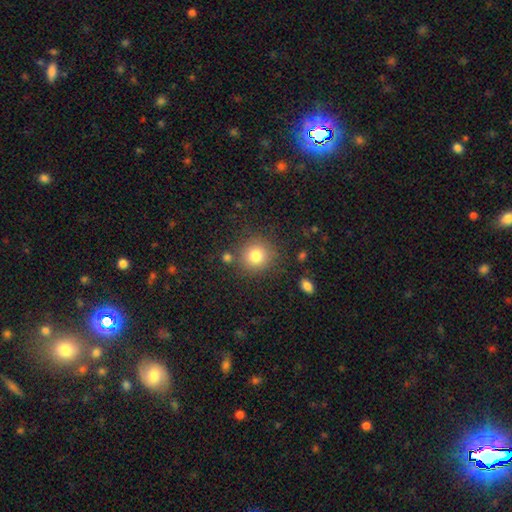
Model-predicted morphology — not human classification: Overall: smooth (81%). How rounded: round (90%). Merging: none (82%).